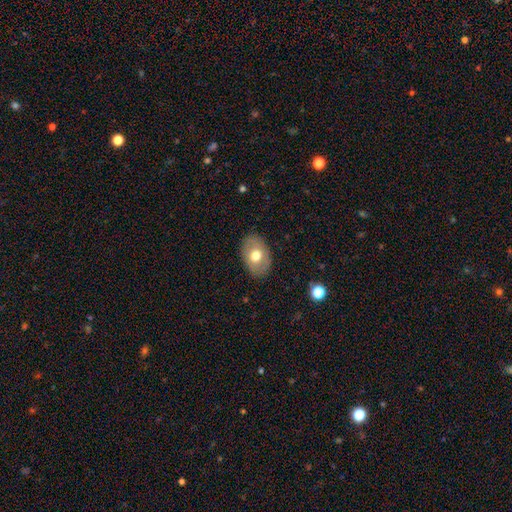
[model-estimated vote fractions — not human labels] This appears to be a smooth galaxy with no disk features (66%) that is in between round and cigar-shaped (82%). Merging: none (86%).